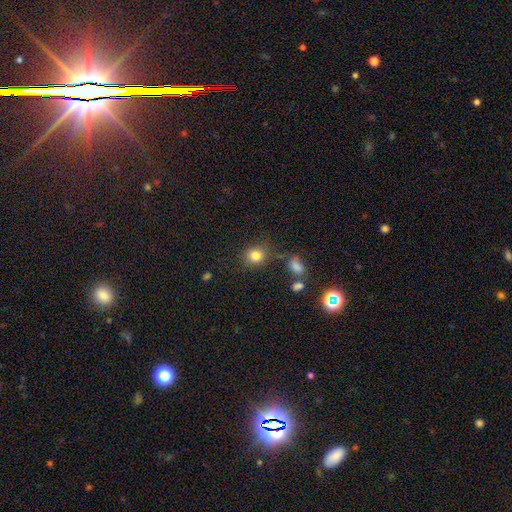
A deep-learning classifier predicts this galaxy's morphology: smooth_or_featured: smooth (p=0.81) [alt: star or artifact p=0.12]
how_rounded: round (p=0.76) [alt: in between p=0.23]
merging: none (p=0.78) [alt: minor disturbance p=0.13]